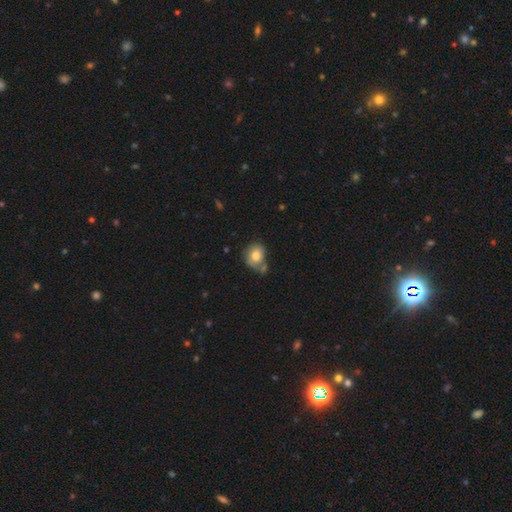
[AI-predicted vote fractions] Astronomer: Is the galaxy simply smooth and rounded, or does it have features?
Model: smooth — 75%.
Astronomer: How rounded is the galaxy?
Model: round — 58% (runner-up: in between, 41%).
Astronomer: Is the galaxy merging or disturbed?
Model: none — 44% (runner-up: minor disturbance, 26%).